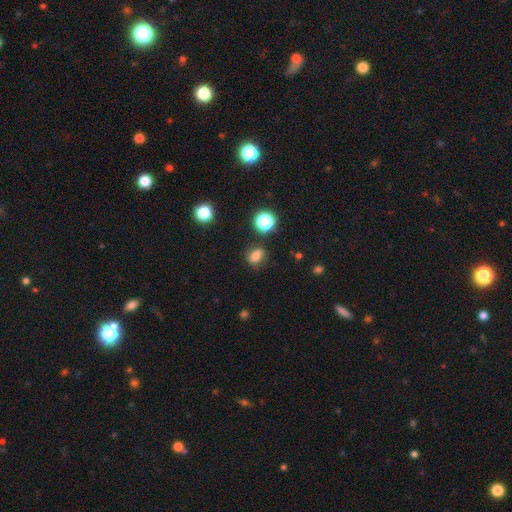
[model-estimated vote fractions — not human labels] smooth 75%, star or artifact 16%, featured or disk 9%. Down the decision tree: how rounded — in between (60%); merging — none (75%).